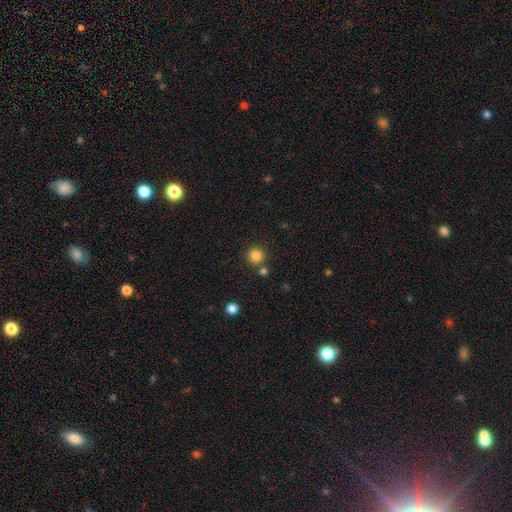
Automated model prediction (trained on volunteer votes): This is clearly a smooth galaxy (83%). How rounded: clearly round (94%). Merging: clearly none (81%).